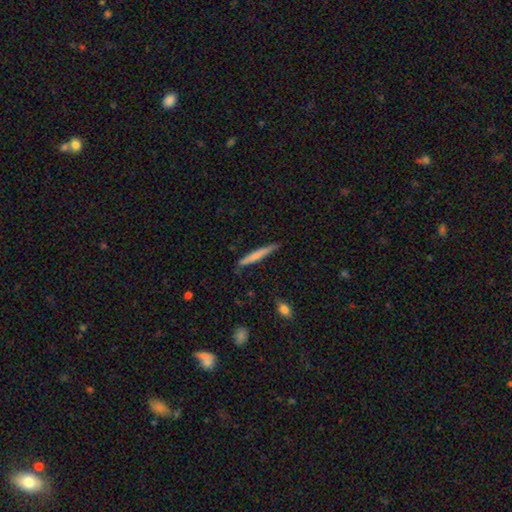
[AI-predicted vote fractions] Smooth or featured: smooth — 63% (featured or disk — 31%)
How rounded: cigar-shaped — 96% (in between — 3%)
Merging: none — 83% (minor disturbance — 14%)